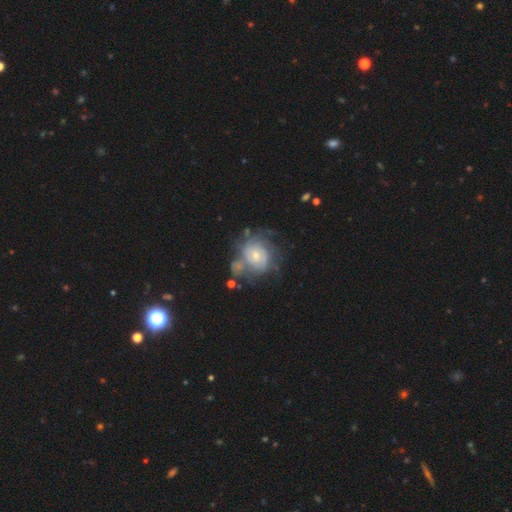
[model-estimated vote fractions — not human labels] Smooth or featured? Predicted: featured or disk (p=0.74). Edge-on disk? Predicted: no (p=0.97). Bar? Predicted: no (p=0.71). Spiral arms? Predicted: yes (p=0.83). Spiral winding? Predicted: tight (p=0.62). Spiral arm count? Predicted: can't tell (p=0.51). Bulge size? Predicted: small (p=0.51). Merging? Predicted: none (p=0.41).